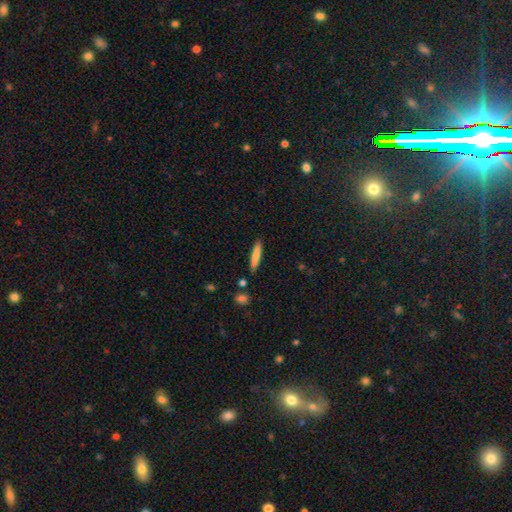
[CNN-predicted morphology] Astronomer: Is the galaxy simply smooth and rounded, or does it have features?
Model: smooth — 78%.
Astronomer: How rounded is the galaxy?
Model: cigar-shaped — 89%.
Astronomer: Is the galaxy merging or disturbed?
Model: none — 87%.